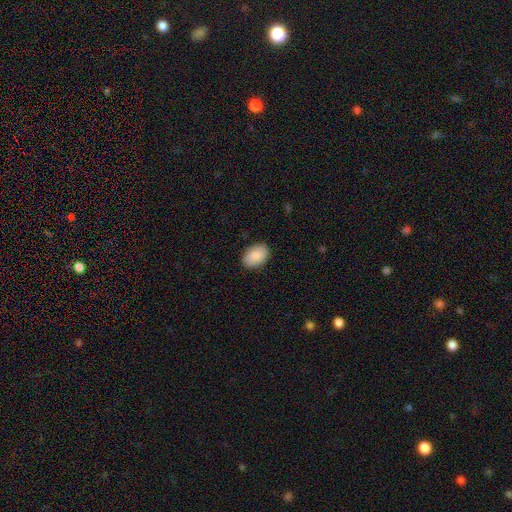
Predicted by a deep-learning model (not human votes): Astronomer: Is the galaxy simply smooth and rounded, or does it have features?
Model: smooth — 86%.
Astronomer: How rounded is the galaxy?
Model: in between — 86%.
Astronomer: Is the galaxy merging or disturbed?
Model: none — 88%.